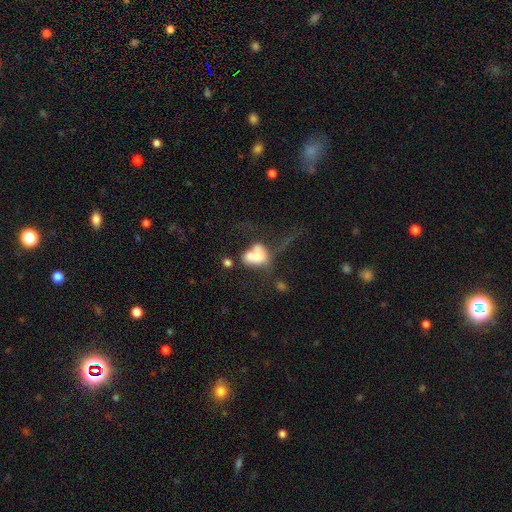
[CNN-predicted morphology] This appears to be a smooth galaxy with no disk features (61%) that is in between round and cigar-shaped (82%). Merging: merger (38%).